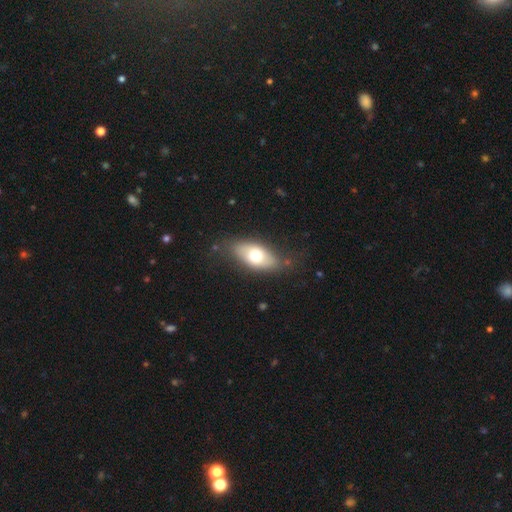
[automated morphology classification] smooth-or-featured: smooth: 65% | featured or disk: 29% | star or artifact: 7%
  how-rounded: in between: 86% | cigar-shaped: 9% | round: 5%
  merging: none: 75% | minor disturbance: 18% | major disturbance: 6% | merger: 2%